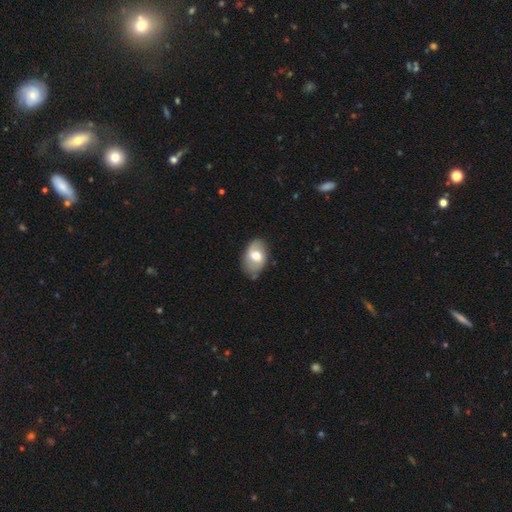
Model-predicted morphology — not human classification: Smooth or featured? Predicted: smooth (p=0.58). How rounded? Predicted: in between (p=0.88). Merging? Predicted: none (p=0.73).